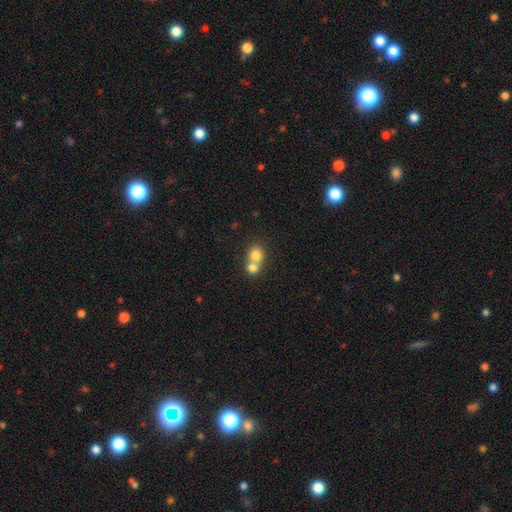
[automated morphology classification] This appears to be a smooth galaxy with no disk features (77%) that is round (80%). Merging: merger (62%).